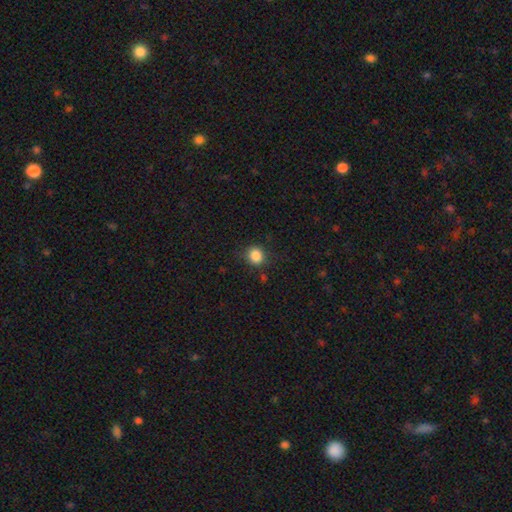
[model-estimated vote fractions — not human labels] Smooth or featured?
  - smooth: 85% *
  - star or artifact: 11%
  - featured or disk: 4%
How rounded?
  - round: 81% *
  - in between: 18%
  - cigar-shaped: 1%
Merging?
  - none: 81% *
  - minor disturbance: 13%
  - major disturbance: 4%
  - merger: 2%